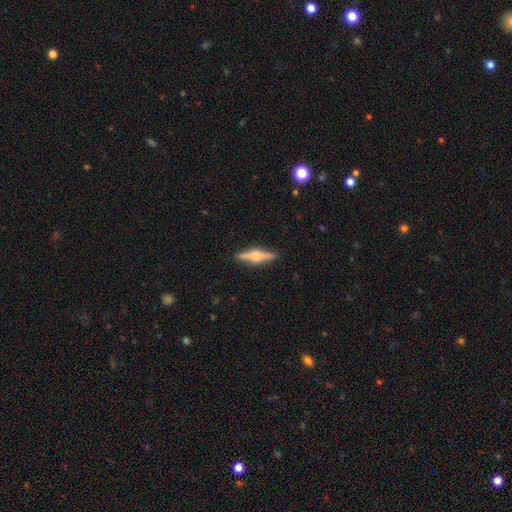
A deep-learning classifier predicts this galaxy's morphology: Smooth or featured?
  - featured or disk: 71% *
  - smooth: 23%
  - star or artifact: 6%
Edge-on disk?
  - yes: 97% *
  - no: 3%
Edge-on bulge?
  - rounded: 93% *
  - boxy: 5%
  - none: 2%
Merging?
  - none: 89% *
  - minor disturbance: 8%
  - major disturbance: 2%
  - merger: 1%